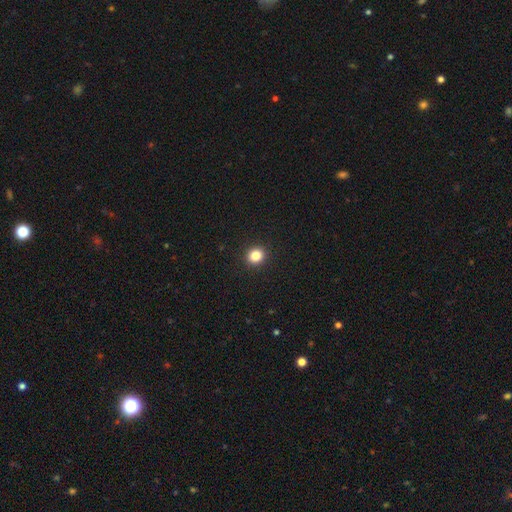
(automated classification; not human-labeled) smooth-or-featured: smooth: 84% | star or artifact: 11% | featured or disk: 5%
  how-rounded: round: 79% | in between: 20% | cigar-shaped: 1%
  merging: none: 92% | minor disturbance: 5% | major disturbance: 2% | merger: 1%